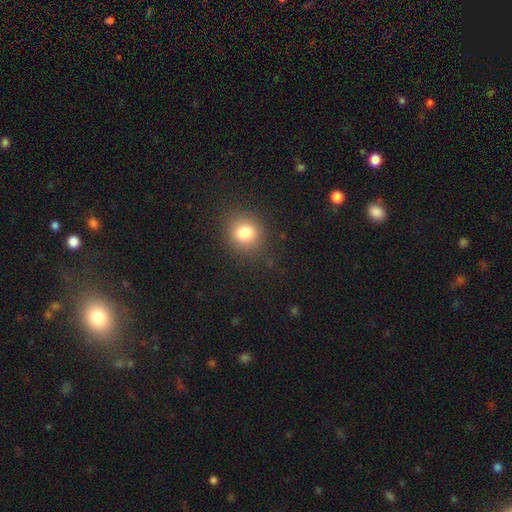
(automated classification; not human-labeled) Smooth or featured? Predicted: smooth (p=0.69). How rounded? Predicted: round (p=0.89). Merging? Predicted: none (p=0.90).